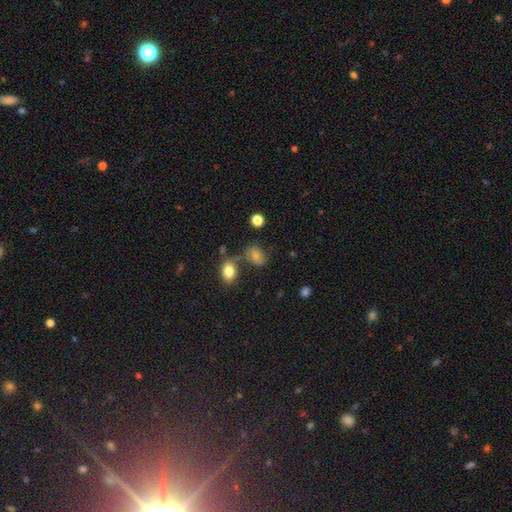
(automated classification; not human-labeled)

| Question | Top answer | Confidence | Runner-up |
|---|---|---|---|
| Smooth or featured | smooth | 68% | featured or disk (19%) |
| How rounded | in between | 70% | round (29%) |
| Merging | none | 52% | minor disturbance (23%) |